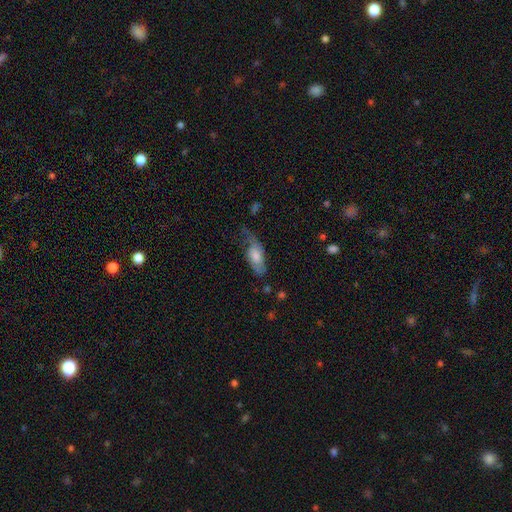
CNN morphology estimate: A smooth galaxy with no disk features (60%) that is in between round and cigar-shaped (84%).

Vote fractions:
- Smooth or featured? smooth: 60% / featured or disk: 34% / star or artifact: 7%
- How rounded? in between: 84% / cigar-shaped: 13% / round: 3%
- Merging? none: 36% / minor disturbance: 33% / major disturbance: 28% / merger: 3%